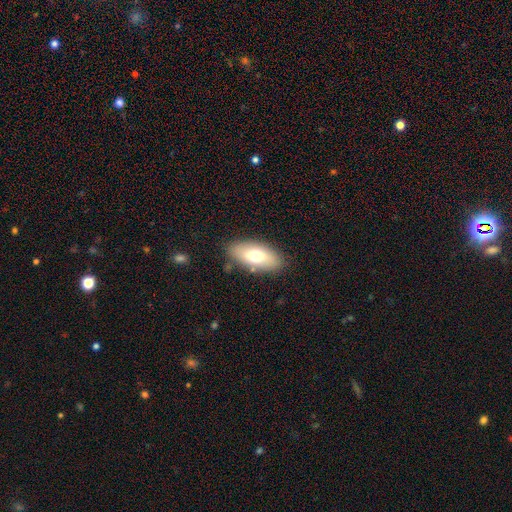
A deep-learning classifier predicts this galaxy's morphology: Smooth or featured?
  - smooth: 68% *
  - featured or disk: 25%
  - star or artifact: 7%
How rounded?
  - in between: 87% *
  - cigar-shaped: 10%
  - round: 3%
Merging?
  - none: 82% *
  - minor disturbance: 12%
  - major disturbance: 3%
  - merger: 2%